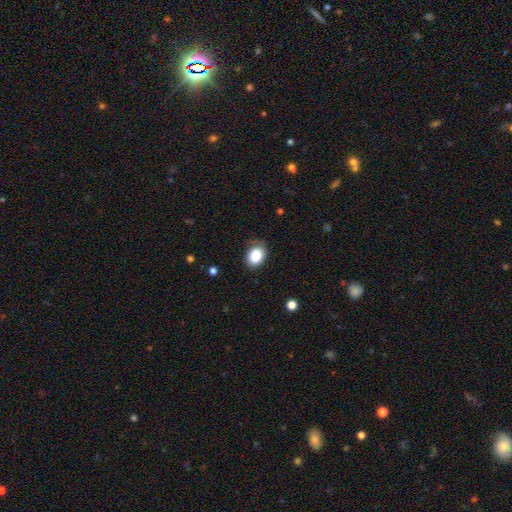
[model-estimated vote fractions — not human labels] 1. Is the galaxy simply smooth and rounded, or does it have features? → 86% smooth, 8% star or artifact, 5% featured or disk.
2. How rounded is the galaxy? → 64% in between, 36% round, 1% cigar-shaped.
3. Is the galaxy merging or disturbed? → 76% none, 19% minor disturbance, 4% major disturbance, 1% merger.